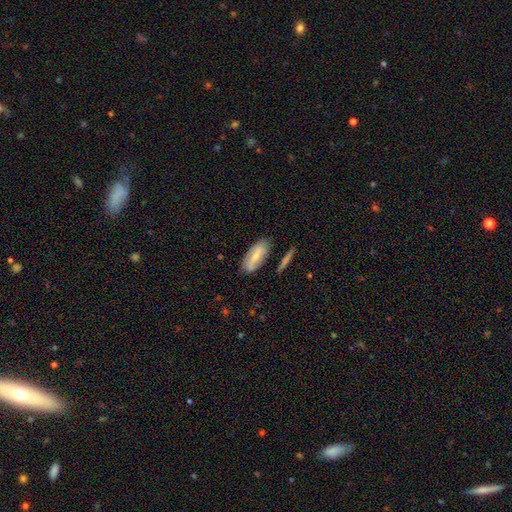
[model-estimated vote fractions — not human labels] smooth-or-featured: smooth: 62% | featured or disk: 32% | star or artifact: 7%
  how-rounded: in between: 75% | cigar-shaped: 23% | round: 3%
  merging: none: 80% | minor disturbance: 14% | merger: 3% | major disturbance: 3%